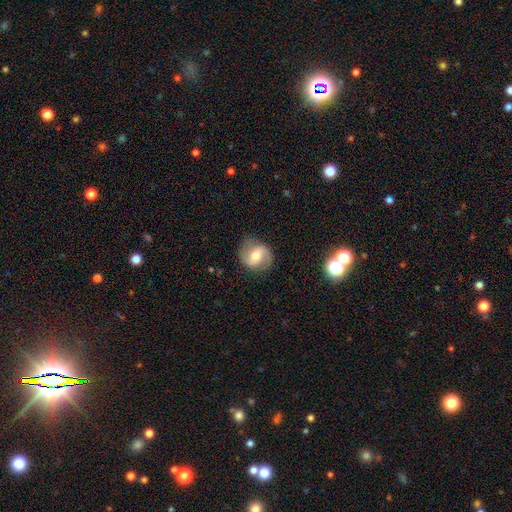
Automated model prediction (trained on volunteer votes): A featured or disk galaxy (68%) with a weak bar (46%), 2 (90%) medium (47%) spiral arms (89%) and a moderate central bulge (68%). Merging: none (82%).